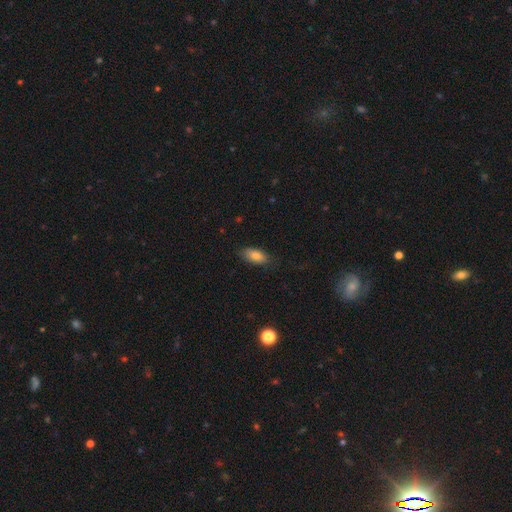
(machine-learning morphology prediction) Smooth or featured: smooth — 84% (featured or disk — 9%)
How rounded: in between — 90% (cigar-shaped — 8%)
Merging: none — 79% (minor disturbance — 17%)